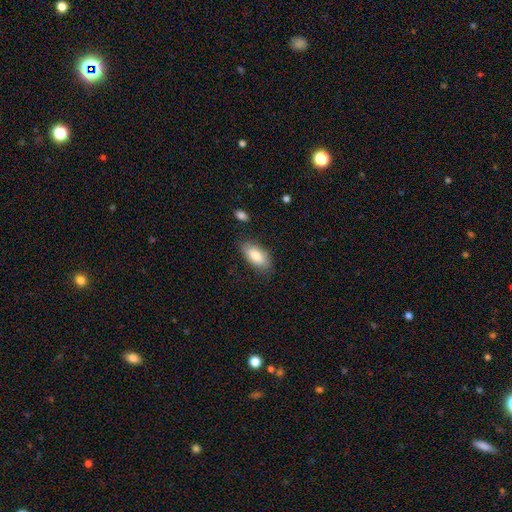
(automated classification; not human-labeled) Overall: smooth (79%). How rounded: in between (91%). Merging: none (79%).